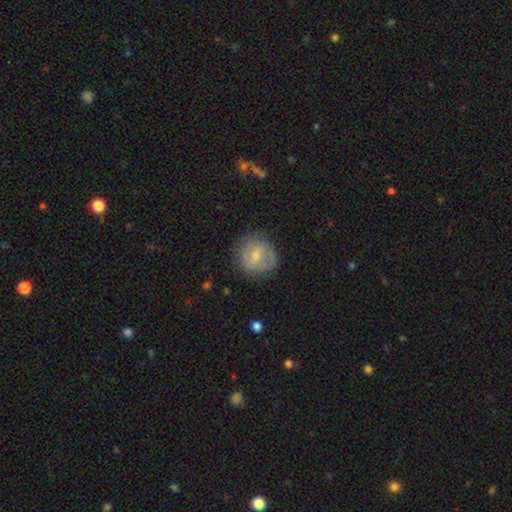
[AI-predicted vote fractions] Smooth or featured?
  - smooth: 56% *
  - featured or disk: 34%
  - star or artifact: 9%
How rounded?
  - round: 89% *
  - in between: 10%
  - cigar-shaped: 1%
Merging?
  - none: 82% *
  - minor disturbance: 13%
  - major disturbance: 4%
  - merger: 1%